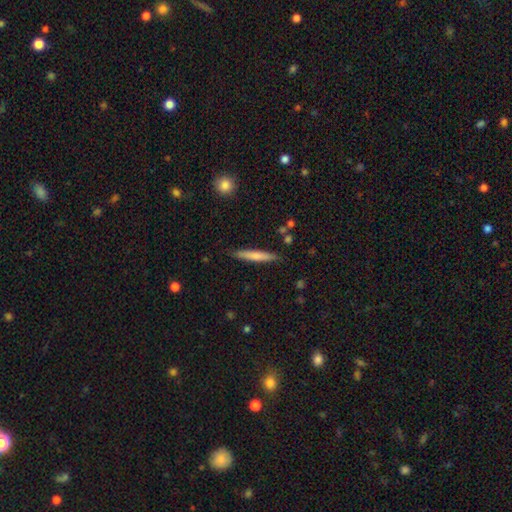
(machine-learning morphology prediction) smooth 66%, featured or disk 29%, star or artifact 6%. Down the decision tree: how rounded — cigar-shaped (93%); merging — none (86%).